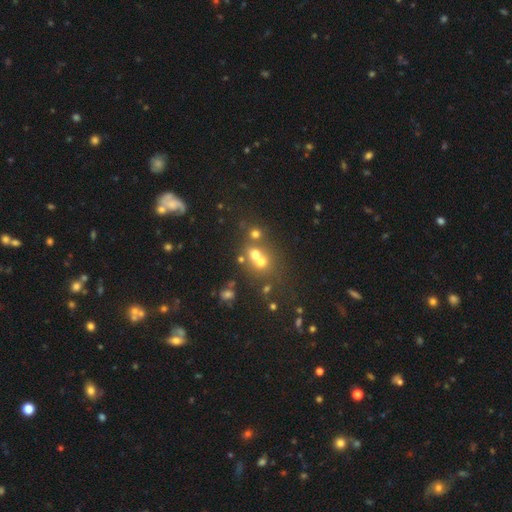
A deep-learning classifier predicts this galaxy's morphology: smooth 53%, star or artifact 26%, featured or disk 21%. Down the decision tree: how rounded — round (73%); merging — merger (45%).